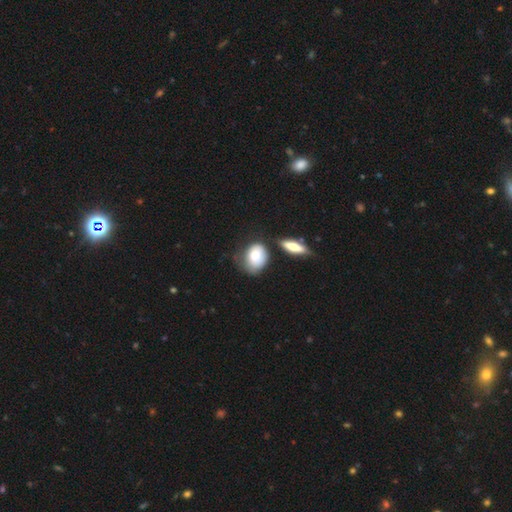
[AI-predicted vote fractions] smooth 79%, featured or disk 15%, star or artifact 7%. Down the decision tree: how rounded — in between (61%); merging — none (44%).